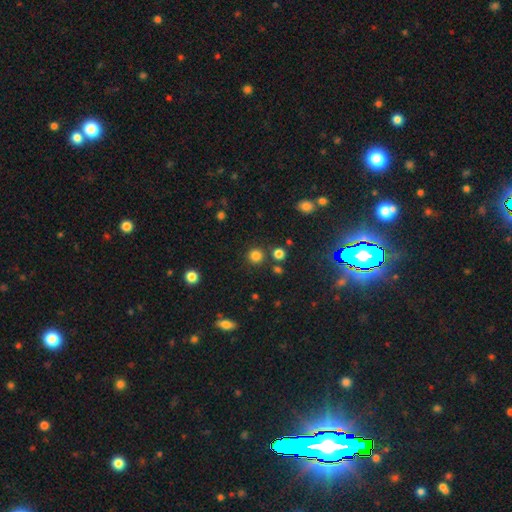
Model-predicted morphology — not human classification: Smooth or featured? Predicted: smooth (p=0.82). How rounded? Predicted: round (p=0.93). Merging? Predicted: none (p=0.86).